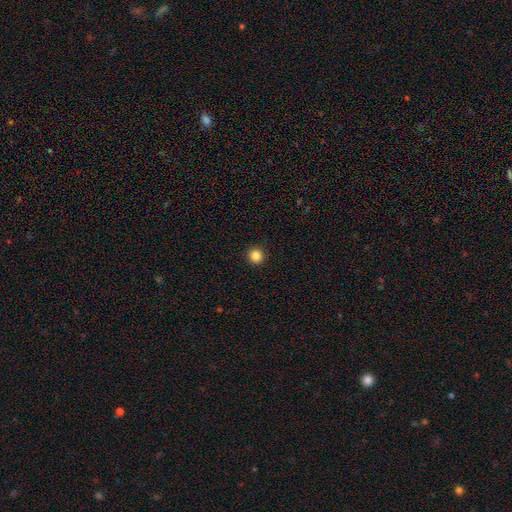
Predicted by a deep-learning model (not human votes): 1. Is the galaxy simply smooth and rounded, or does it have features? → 86% smooth, 11% star or artifact, 3% featured or disk.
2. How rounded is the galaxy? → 94% round, 5% in between, 1% cigar-shaped.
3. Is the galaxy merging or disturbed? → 93% none, 4% minor disturbance, 2% major disturbance, 1% merger.